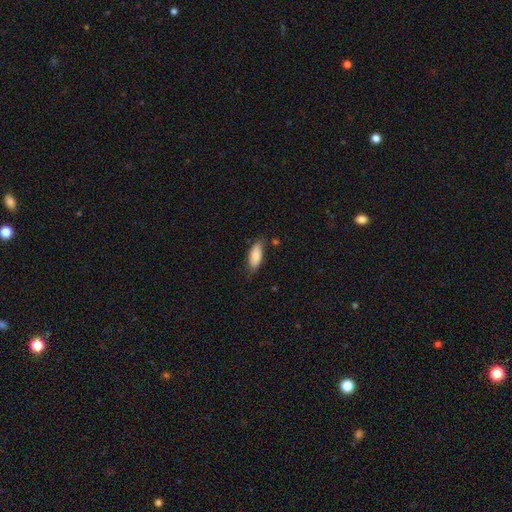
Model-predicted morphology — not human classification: Smooth or featured: smooth — 82% (featured or disk — 11%)
How rounded: in between — 78% (cigar-shaped — 20%)
Merging: none — 67% (minor disturbance — 25%)